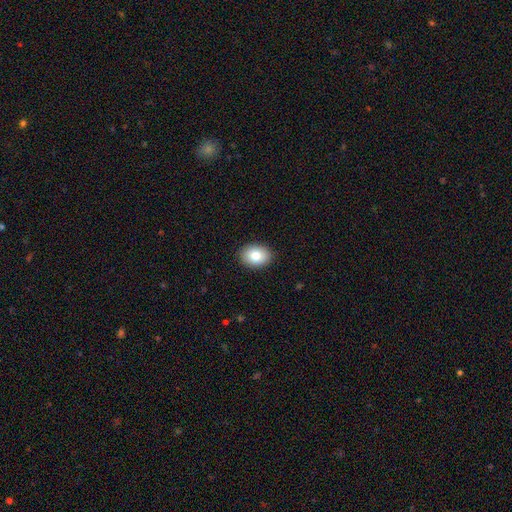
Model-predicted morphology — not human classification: Q: Smooth or featured?
A: smooth (82%); runner-up: featured or disk (10%)
Q: How rounded?
A: in between (69%); runner-up: round (30%)
Q: Merging?
A: none (90%); runner-up: minor disturbance (7%)